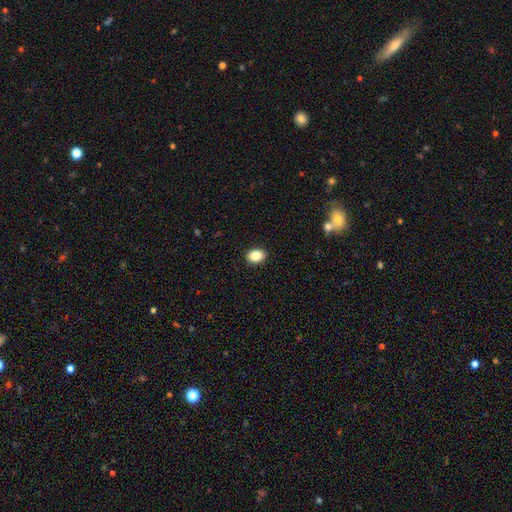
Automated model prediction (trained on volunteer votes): smooth_or_featured: smooth (p=0.84) [alt: star or artifact p=0.09]
how_rounded: in between (p=0.68) [alt: round p=0.31]
merging: none (p=0.91) [alt: minor disturbance p=0.07]